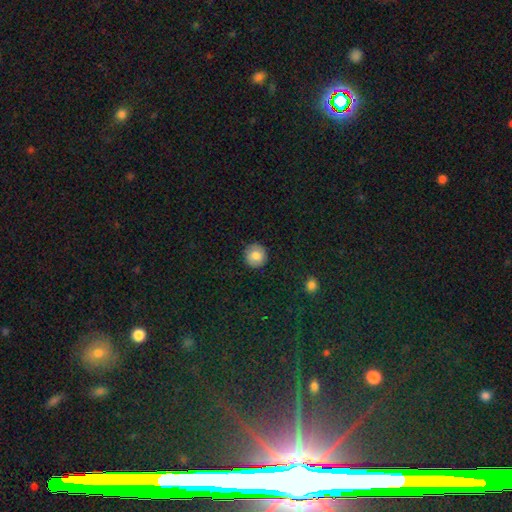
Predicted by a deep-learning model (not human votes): smooth-or-featured: smooth: 82% | featured or disk: 9% | star or artifact: 8%
  how-rounded: round: 94% | in between: 6% | cigar-shaped: 1%
  merging: none: 90% | minor disturbance: 7% | major disturbance: 2% | merger: 1%